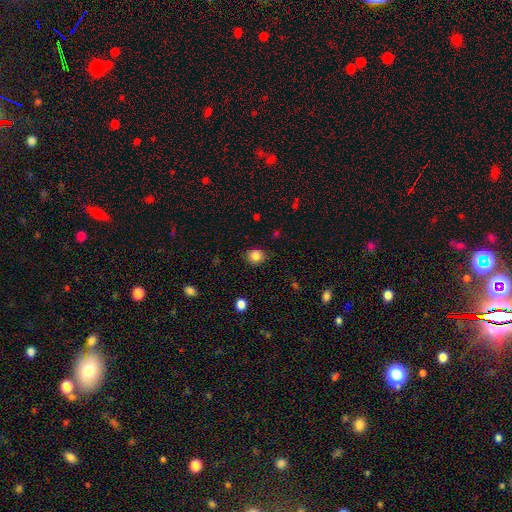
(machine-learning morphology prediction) The model was most divided on "how rounded": round: 79%, in between: 20%, cigar-shaped: 1%. More confident: smooth or featured — smooth (85%); merging — none (83%).